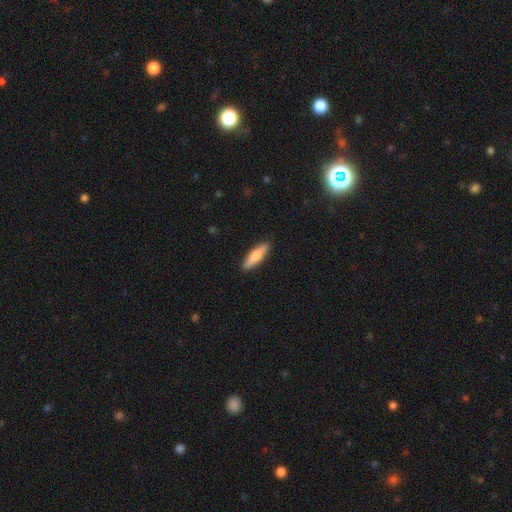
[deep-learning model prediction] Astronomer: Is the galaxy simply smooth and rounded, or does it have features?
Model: smooth — 71%.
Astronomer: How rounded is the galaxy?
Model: cigar-shaped — 67%.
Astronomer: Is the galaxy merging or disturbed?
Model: none — 90%.